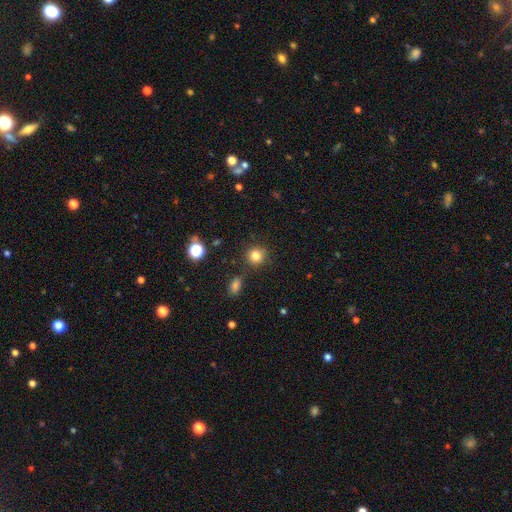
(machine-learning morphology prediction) Smooth or featured?
  - smooth: 81% *
  - star or artifact: 13%
  - featured or disk: 6%
How rounded?
  - round: 90% *
  - in between: 9%
  - cigar-shaped: 1%
Merging?
  - none: 86% *
  - minor disturbance: 8%
  - merger: 3%
  - major disturbance: 3%